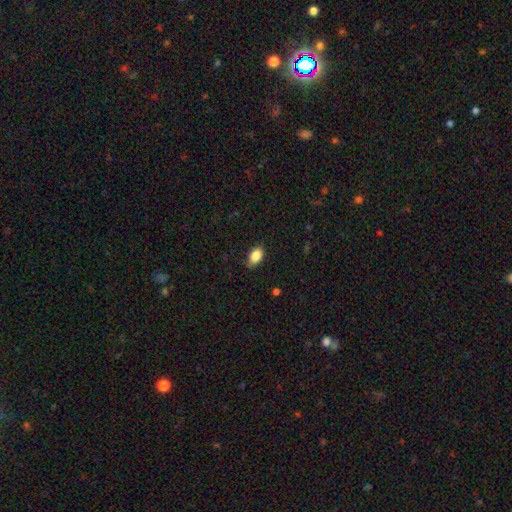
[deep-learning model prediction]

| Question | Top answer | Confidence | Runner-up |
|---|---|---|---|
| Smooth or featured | smooth | 87% | star or artifact (8%) |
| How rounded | in between | 88% | round (10%) |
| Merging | none | 81% | minor disturbance (15%) |